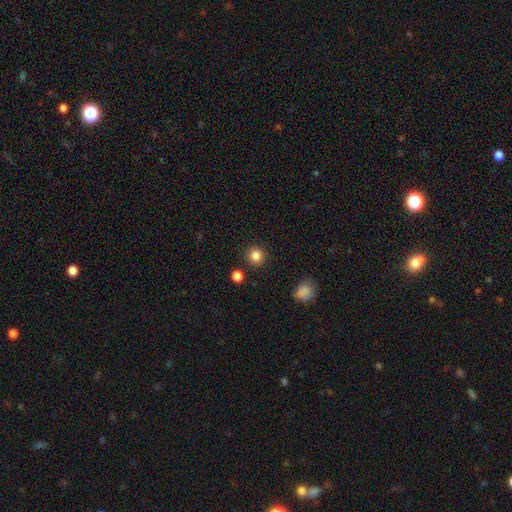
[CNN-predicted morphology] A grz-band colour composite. It shows a smooth galaxy with no disk features (85%) that is round (92%). Merging: none (89%).